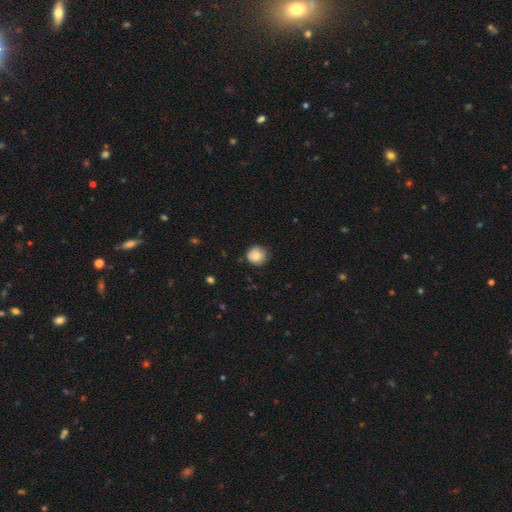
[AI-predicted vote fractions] Smooth or featured? Predicted: smooth (p=0.82). How rounded? Predicted: round (p=0.90). Merging? Predicted: none (p=0.80).